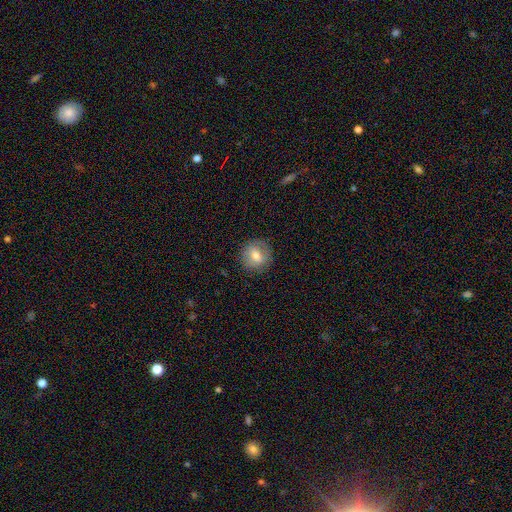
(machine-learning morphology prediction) Q: Smooth or featured?
A: smooth (64%); runner-up: featured or disk (28%)
Q: How rounded?
A: round (86%); runner-up: in between (13%)
Q: Merging?
A: none (85%); runner-up: minor disturbance (11%)